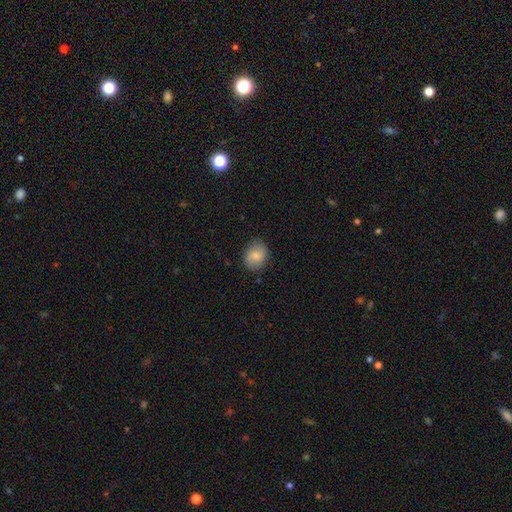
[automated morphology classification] Overall: smooth (79%). How rounded: in between (51%; round 48%). Merging: none (81%).